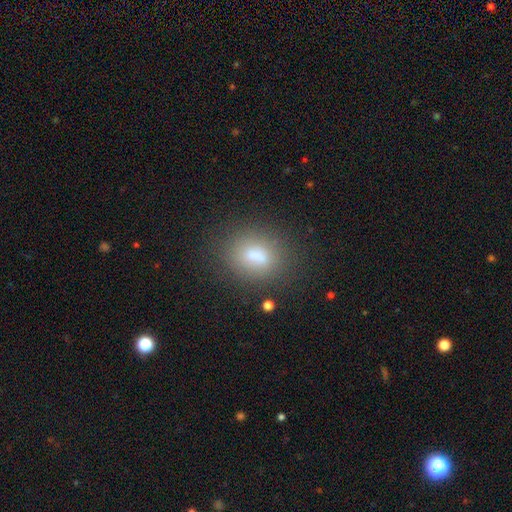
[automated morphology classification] Smooth or featured? Predicted: smooth (p=0.72). How rounded? Predicted: in between (p=0.57). Merging? Predicted: none (p=0.70).